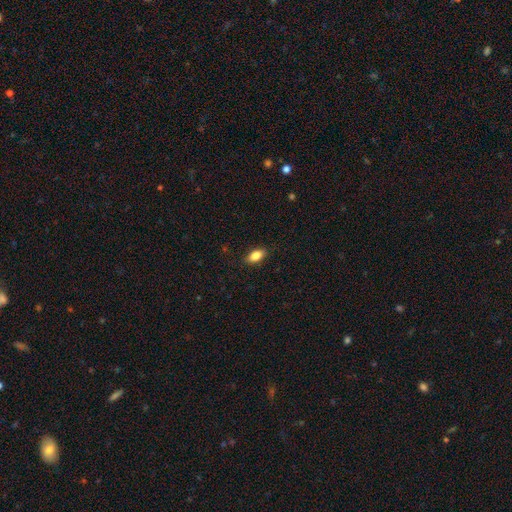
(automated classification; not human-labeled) smooth_or_featured: smooth (p=0.83) [alt: featured or disk p=0.10]
how_rounded: in between (p=0.88) [alt: cigar-shaped p=0.07]
merging: none (p=0.87) [alt: minor disturbance p=0.10]